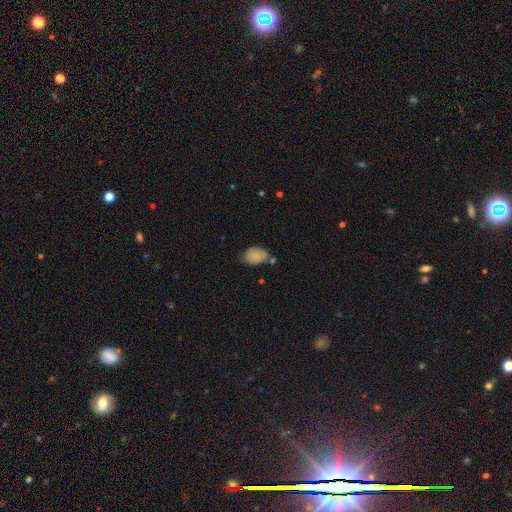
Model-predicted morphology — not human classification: A smooth galaxy with no disk features (83%) that is in between round and cigar-shaped (82%).

Vote fractions:
- Smooth or featured? smooth: 83% / star or artifact: 9% / featured or disk: 8%
- How rounded? in between: 82% / round: 16% / cigar-shaped: 1%
- Merging? none: 53% / minor disturbance: 29% / merger: 12% / major disturbance: 7%